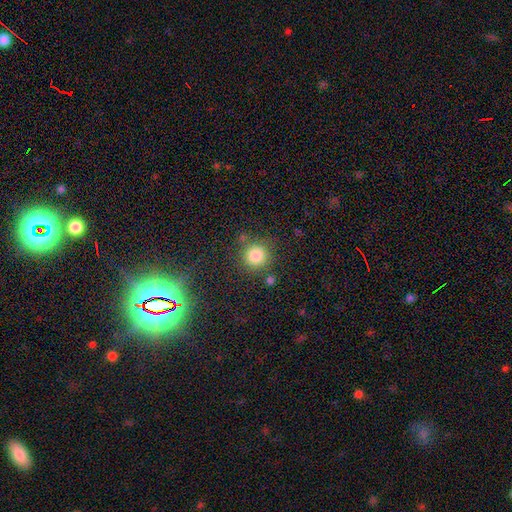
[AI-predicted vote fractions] smooth_or_featured: smooth (p=0.84) [alt: star or artifact p=0.11]
how_rounded: round (p=0.92) [alt: in between p=0.07]
merging: none (p=0.77) [alt: minor disturbance p=0.11]